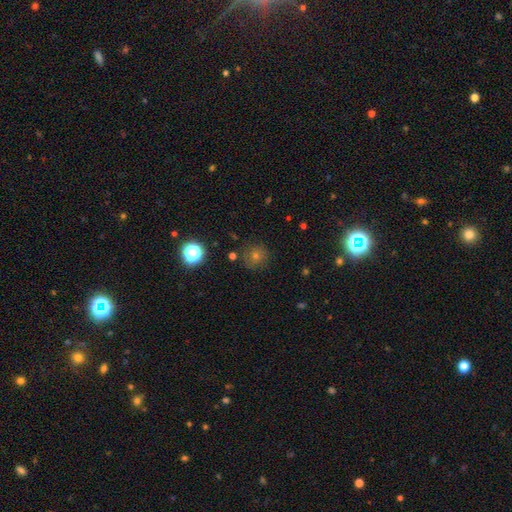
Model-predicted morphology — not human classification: Smooth or featured? Predicted: smooth (p=0.55). How rounded? Predicted: round (p=0.93). Merging? Predicted: none (p=0.85).